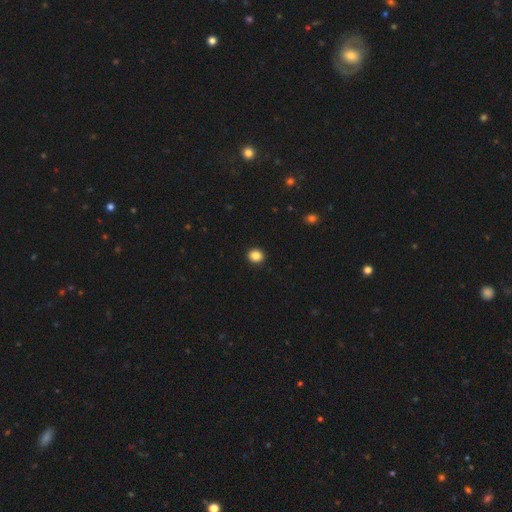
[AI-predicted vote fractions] Smooth or featured: smooth — 86% (star or artifact — 10%)
How rounded: round — 82% (in between — 18%)
Merging: none — 93% (minor disturbance — 5%)